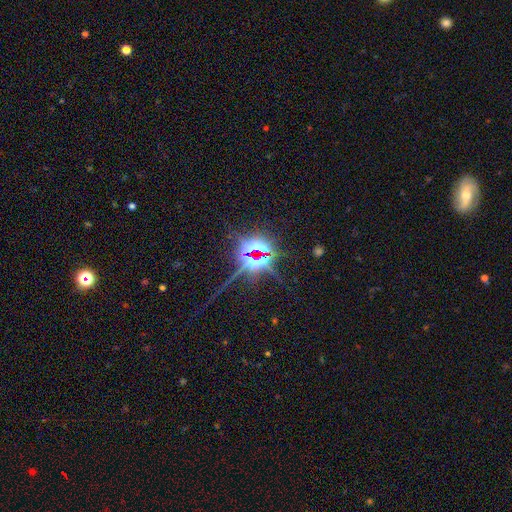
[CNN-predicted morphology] This is likely a star or artifact rather than a galaxy (79%).